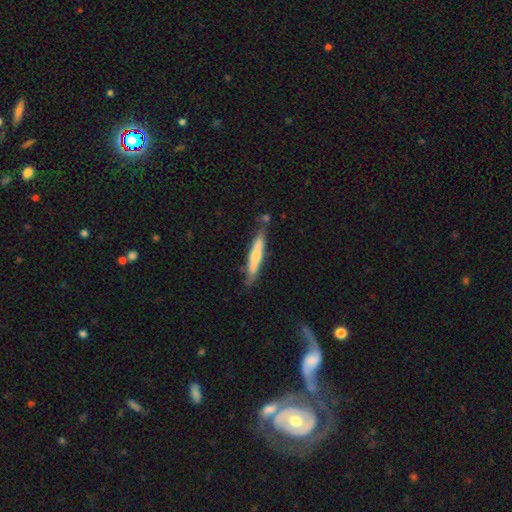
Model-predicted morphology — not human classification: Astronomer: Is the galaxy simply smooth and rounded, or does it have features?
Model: smooth — 56% (runner-up: featured or disk, 39%).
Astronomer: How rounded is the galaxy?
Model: cigar-shaped — 91%.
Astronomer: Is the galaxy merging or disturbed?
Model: none — 70%.